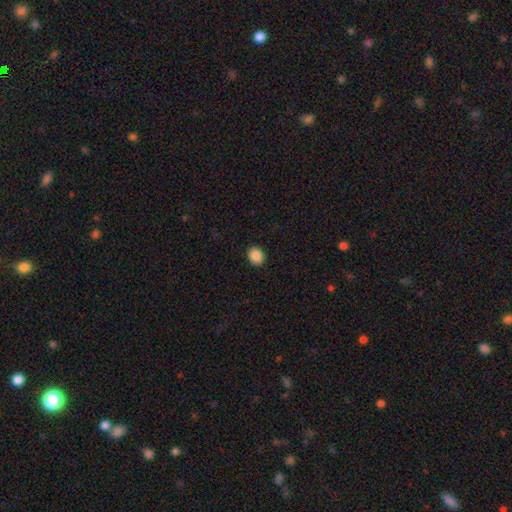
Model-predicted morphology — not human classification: smooth-or-featured: smooth: 88% | star or artifact: 9% | featured or disk: 3%
  how-rounded: round: 57% | in between: 42% | cigar-shaped: 1%
  merging: none: 91% | minor disturbance: 6% | major disturbance: 2% | merger: 1%